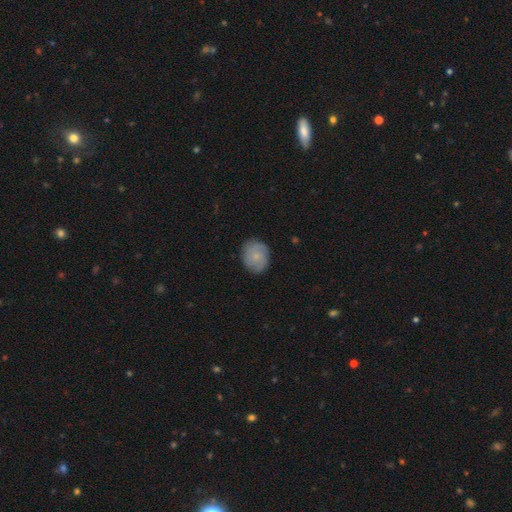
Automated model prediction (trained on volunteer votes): Smooth or featured?
  - smooth: 61% *
  - featured or disk: 31%
  - star or artifact: 8%
How rounded?
  - round: 55% *
  - in between: 44%
  - cigar-shaped: 1%
Merging?
  - none: 81% *
  - minor disturbance: 15%
  - major disturbance: 3%
  - merger: 1%